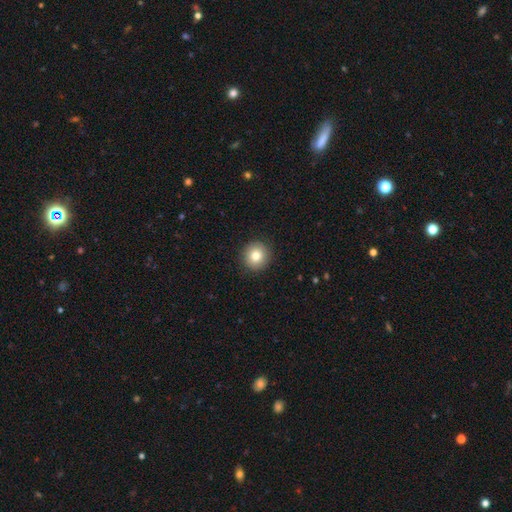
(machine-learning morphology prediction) A smooth galaxy with no disk features (81%) that is round (92%).

Vote fractions:
- Smooth or featured? smooth: 81% / star or artifact: 10% / featured or disk: 9%
- How rounded? round: 92% / in between: 7% / cigar-shaped: 1%
- Merging? none: 91% / minor disturbance: 6% / major disturbance: 2% / merger: 1%